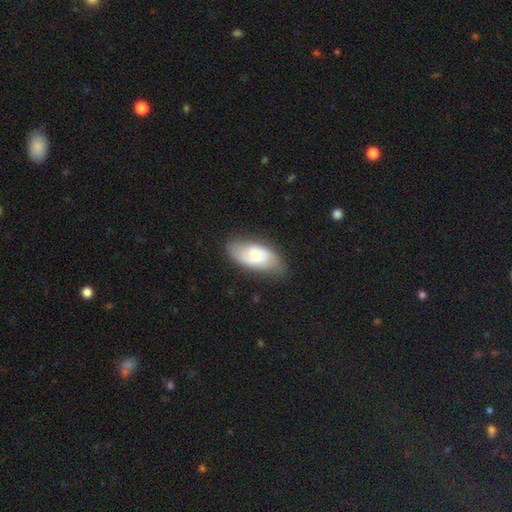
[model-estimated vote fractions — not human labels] This is possibly a smooth galaxy (53%). How rounded: clearly in between (91%). Merging: likely none (68%).